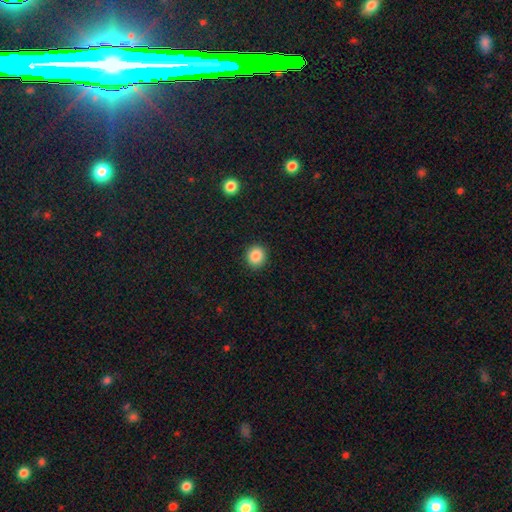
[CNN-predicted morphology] A smooth galaxy with no disk features (87%) that is round (86%).

Vote fractions:
- Smooth or featured? smooth: 87% / star or artifact: 9% / featured or disk: 4%
- How rounded? round: 86% / in between: 13% / cigar-shaped: 1%
- Merging? none: 91% / minor disturbance: 6% / major disturbance: 2% / merger: 1%